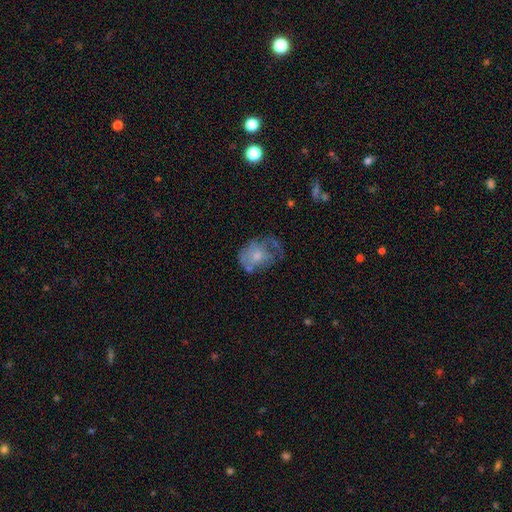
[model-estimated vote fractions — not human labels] Morphology: type=smooth (47%); merging=major disturbance (36%).